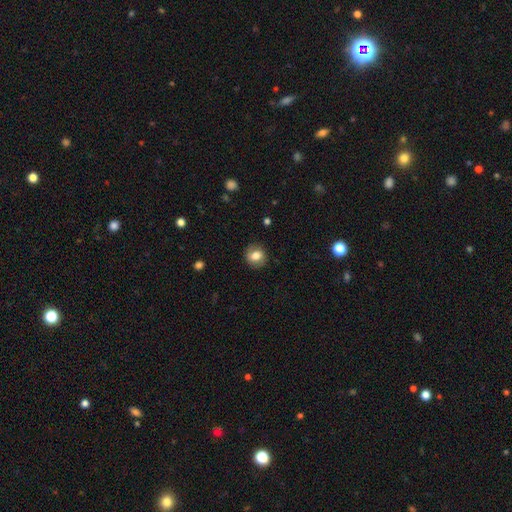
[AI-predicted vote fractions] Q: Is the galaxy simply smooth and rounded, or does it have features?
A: smooth — 74%.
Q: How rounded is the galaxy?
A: round — 74%.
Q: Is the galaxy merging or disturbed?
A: none — 84%.